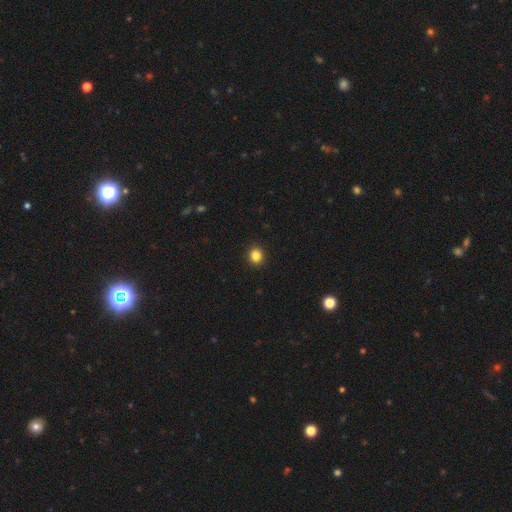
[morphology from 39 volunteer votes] A smooth galaxy with no disk features (87%) that is round (85%). Merging: none (94%).